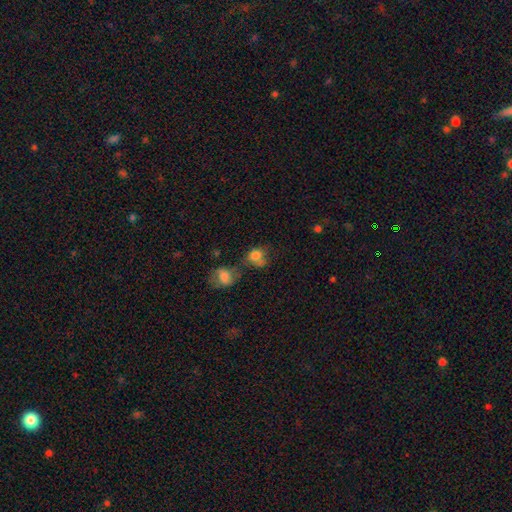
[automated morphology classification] smooth 77%, featured or disk 12%, star or artifact 11%. Down the decision tree: how rounded — round (61%); merging — none (35%).